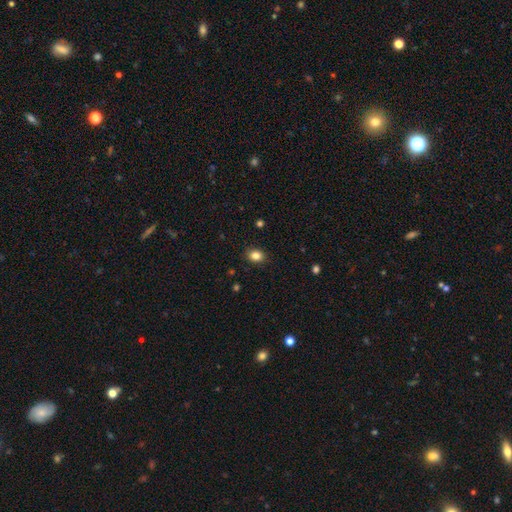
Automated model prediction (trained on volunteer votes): Smooth or featured? smooth (84%)
How rounded? in between (52%)
Merging? none (89%)